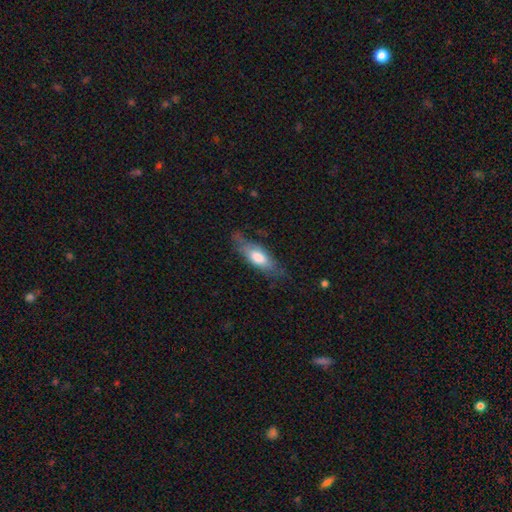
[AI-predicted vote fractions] Smooth or featured? Predicted: smooth (p=0.58). How rounded? Predicted: in between (p=0.57). Merging? Predicted: none (p=0.67).